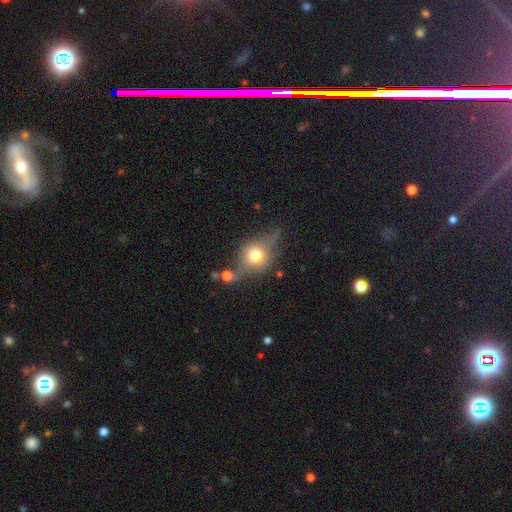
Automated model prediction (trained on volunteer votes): The model was most divided on "smooth or featured": smooth: 48%, featured or disk: 40%, star or artifact: 12%. Remaining: merging — none (49%).